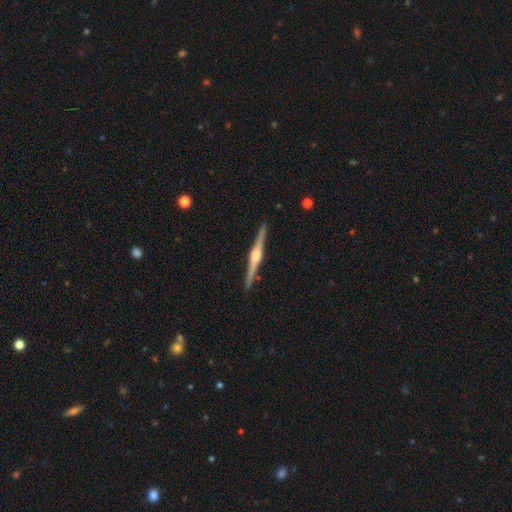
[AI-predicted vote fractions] smooth-or-featured: featured or disk: 85% | smooth: 10% | star or artifact: 5%
  disk-edge-on: yes: 99% | no: 1%
    edge-on-bulge: rounded: 85% | boxy: 12% | none: 3%
  merging: none: 92% | minor disturbance: 6% | major disturbance: 1% | merger: 1%